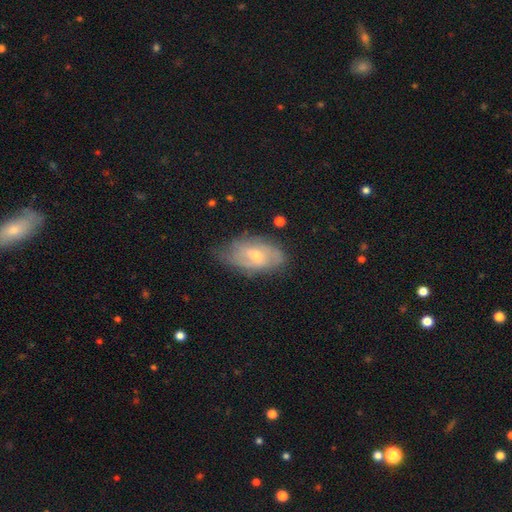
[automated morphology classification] This is likely a featured or disk galaxy (65%). It is clearly not viewed edge-on (93%). Bar: possibly no (49%). Spiral arm pattern: clearly yes (83%). Central bulge: possibly small (54%). Merging: likely none (63%).